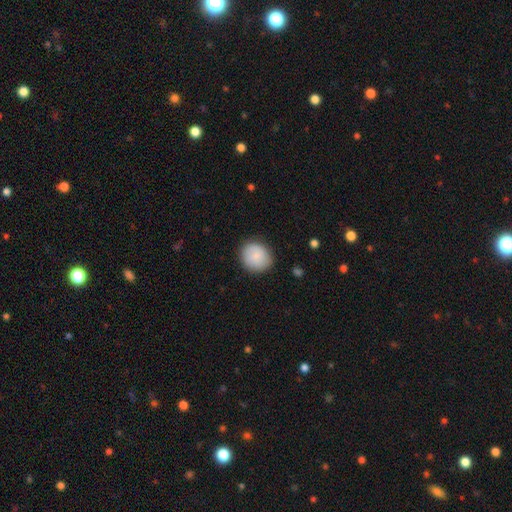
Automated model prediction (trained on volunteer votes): Morphology: type=smooth (84%); roundness=round (80%); merging=none (85%).